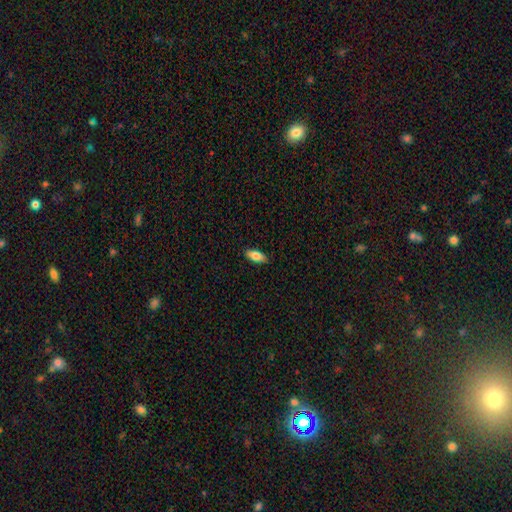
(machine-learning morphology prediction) smooth 83%, featured or disk 11%, star or artifact 6%. Down the decision tree: how rounded — in between (84%); merging — none (88%).